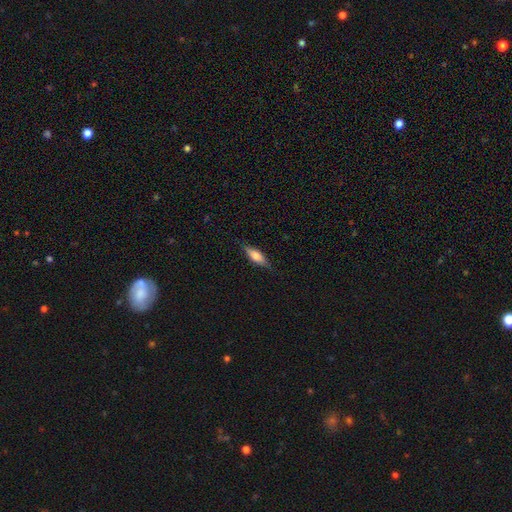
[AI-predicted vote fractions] This is likely a smooth galaxy (62%). How rounded: possibly in between (50%). Merging: clearly none (81%).